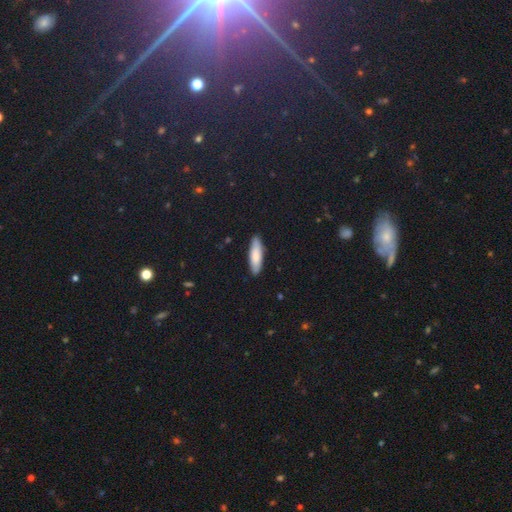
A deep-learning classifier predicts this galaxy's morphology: smooth 81%, featured or disk 13%, star or artifact 5%. Down the decision tree: how rounded — cigar-shaped (59%); merging — none (88%).